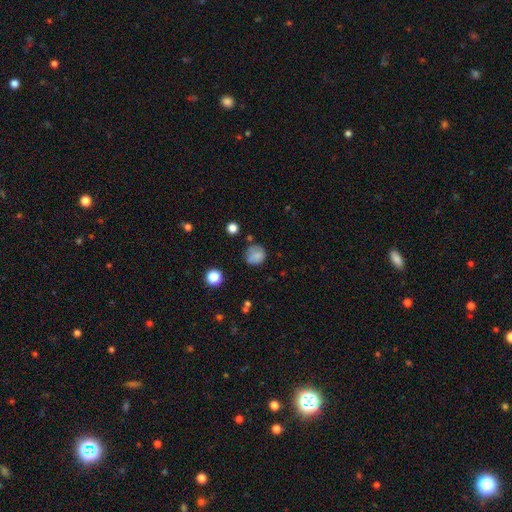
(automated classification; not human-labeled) A smooth galaxy with no disk features (77%) that is round (75%).

Vote fractions:
- Smooth or featured? smooth: 77% / featured or disk: 12% / star or artifact: 12%
- How rounded? round: 75% / in between: 24% / cigar-shaped: 1%
- Merging? none: 57% / minor disturbance: 27% / major disturbance: 11% / merger: 4%